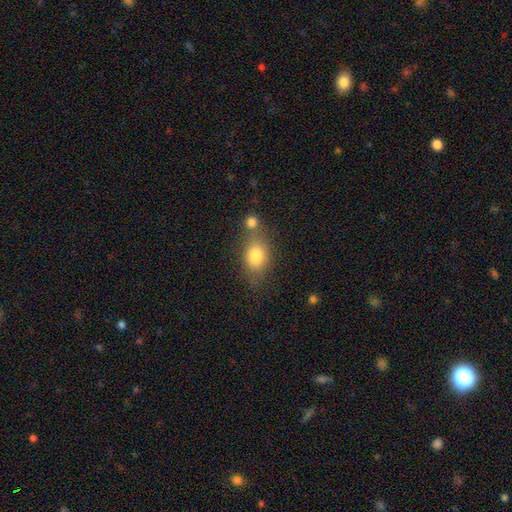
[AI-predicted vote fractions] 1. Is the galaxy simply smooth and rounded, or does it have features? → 79% smooth, 11% featured or disk, 9% star or artifact.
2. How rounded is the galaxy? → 70% in between, 28% round, 2% cigar-shaped.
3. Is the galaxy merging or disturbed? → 52% none, 26% merger, 16% minor disturbance, 6% major disturbance.